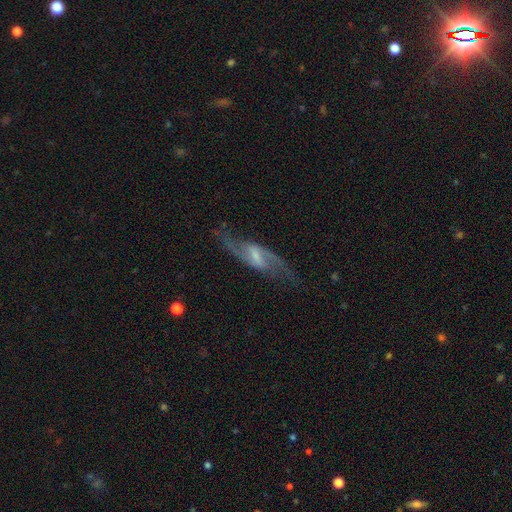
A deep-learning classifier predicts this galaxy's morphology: Q: Smooth or featured?
A: featured or disk (86%); runner-up: smooth (8%)
Q: Edge-on disk?
A: no (88%); runner-up: yes (12%)
Q: Bar?
A: weak (49%); runner-up: strong (36%)
Q: Spiral arms?
A: yes (95%); runner-up: no (5%)
Q: Spiral winding?
A: loose (57%); runner-up: medium (35%)
Q: Spiral arm count?
A: 2 (92%); runner-up: can't tell (4%)
Q: Bulge size?
A: small (44%); runner-up: moderate (28%)
Q: Merging?
A: none (77%); runner-up: minor disturbance (14%)